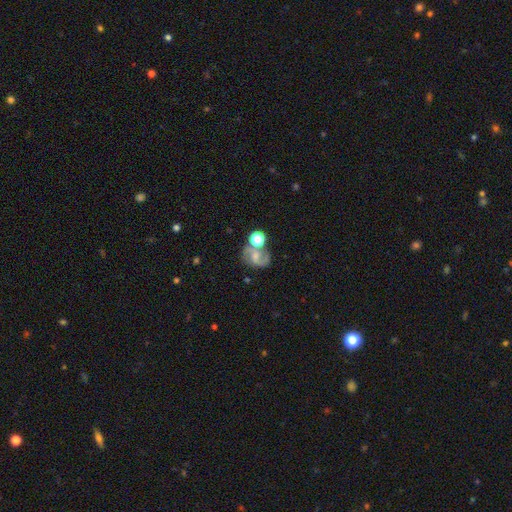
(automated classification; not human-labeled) Morphology: type=featured or disk (59%); edge-on=no (97%); bar=no (45%); spiral arms=yes (84%); bulge=moderate (43%); merging=none (43%).